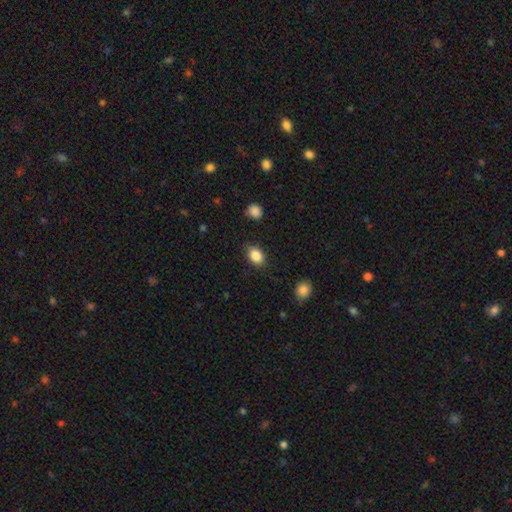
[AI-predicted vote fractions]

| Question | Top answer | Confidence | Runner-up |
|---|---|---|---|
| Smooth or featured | smooth | 87% | star or artifact (8%) |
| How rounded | in between | 76% | round (23%) |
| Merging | none | 84% | minor disturbance (12%) |